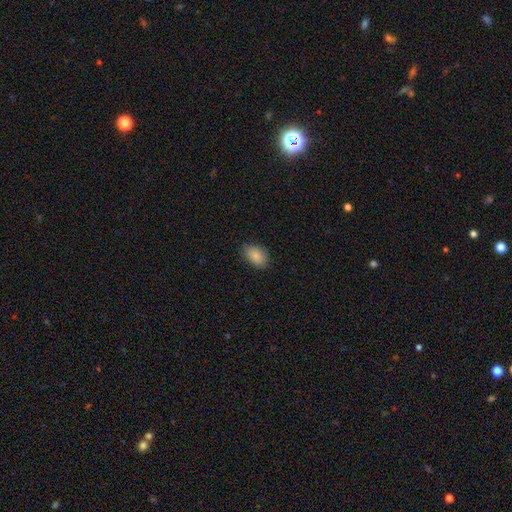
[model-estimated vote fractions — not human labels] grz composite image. It shows a smooth galaxy with no disk features (87%) that is in between round and cigar-shaped (88%). Merging: none (82%).